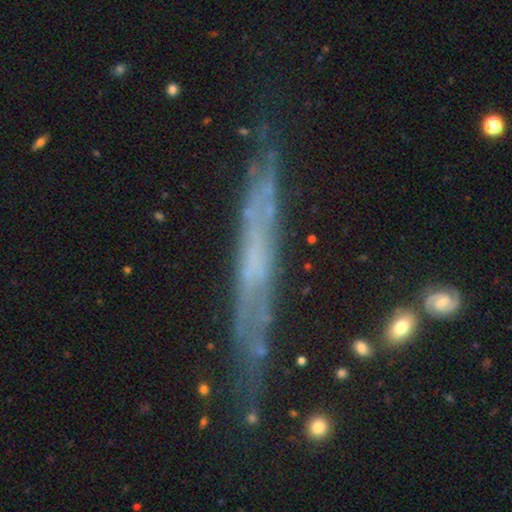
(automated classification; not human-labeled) Smooth or featured? featured or disk (67%)
Edge-on disk? yes (82%)
Edge-on bulge? none (78%)
Merging? none (76%)